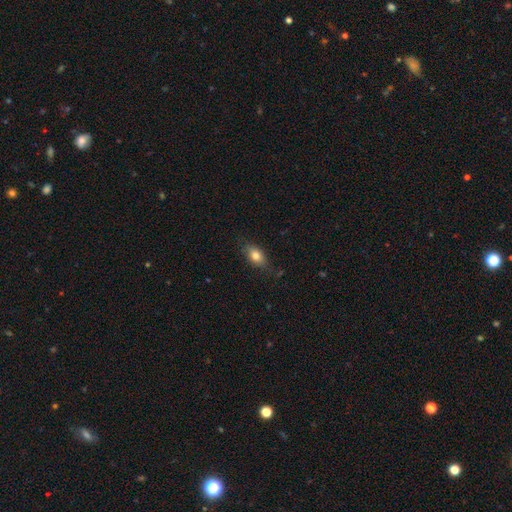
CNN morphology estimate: This appears to be a smooth galaxy with no disk features (79%) that is in between round and cigar-shaped (84%). Merging: none (77%).